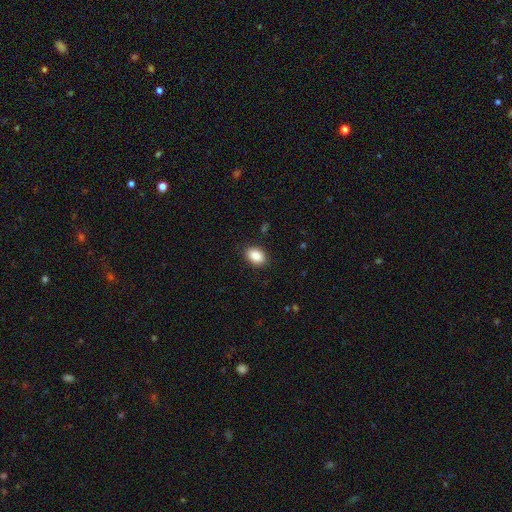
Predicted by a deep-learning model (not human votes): smooth_or_featured: smooth (p=0.88) [alt: star or artifact p=0.07]
how_rounded: in between (p=0.83) [alt: round p=0.16]
merging: none (p=0.89) [alt: minor disturbance p=0.08]